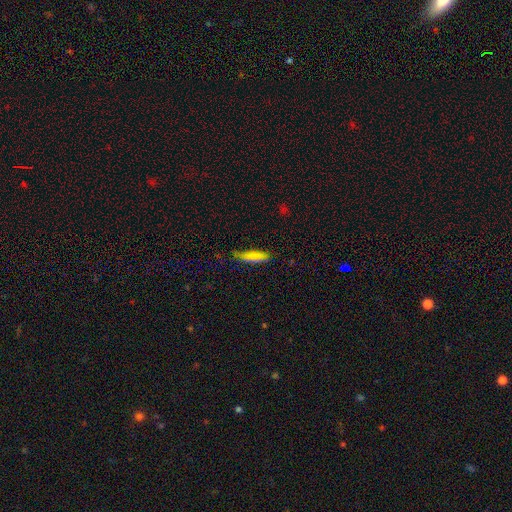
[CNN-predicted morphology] This is likely a smooth galaxy (71%). How rounded: possibly in between (55%). Merging: likely none (68%).